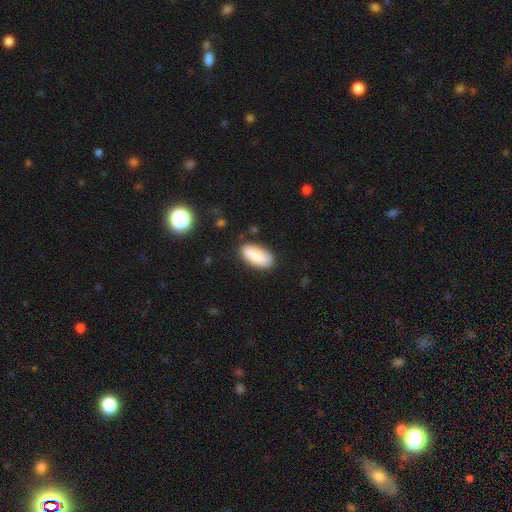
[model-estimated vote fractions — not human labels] A smooth galaxy with no disk features (86%) that is in between round and cigar-shaped (90%). Merging: none (81%).